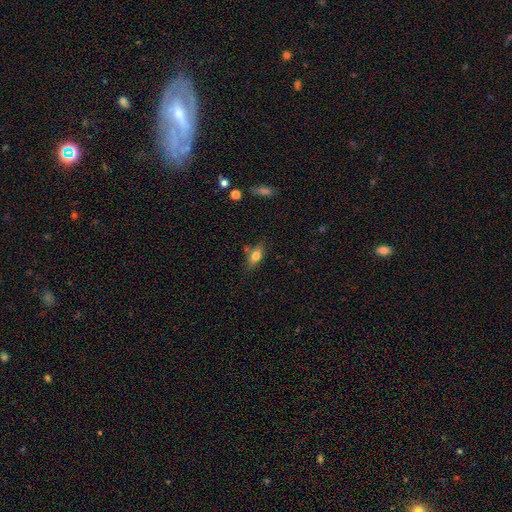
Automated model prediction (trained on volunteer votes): This appears to be a smooth galaxy with no disk features (72%) that is in between round and cigar-shaped (78%). Merging: none (69%).